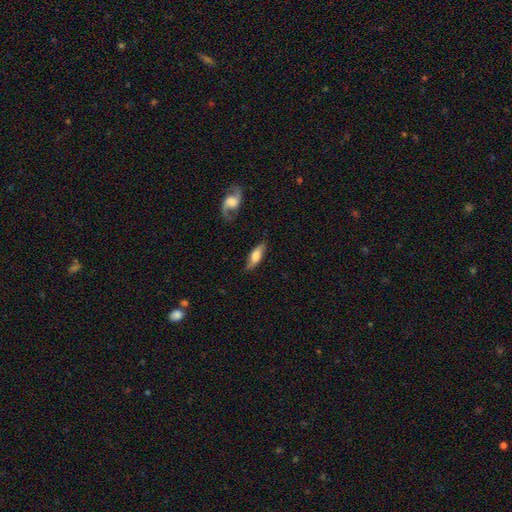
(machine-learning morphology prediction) Smooth or featured? smooth (52%)
How rounded? in between (61%)
Merging? none (77%)